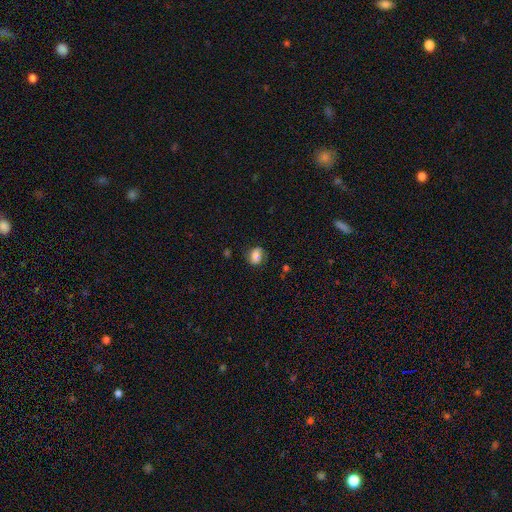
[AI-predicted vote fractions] Smooth or featured: smooth — 71% (featured or disk — 20%)
How rounded: in between — 60% (round — 39%)
Merging: none — 70% (minor disturbance — 21%)